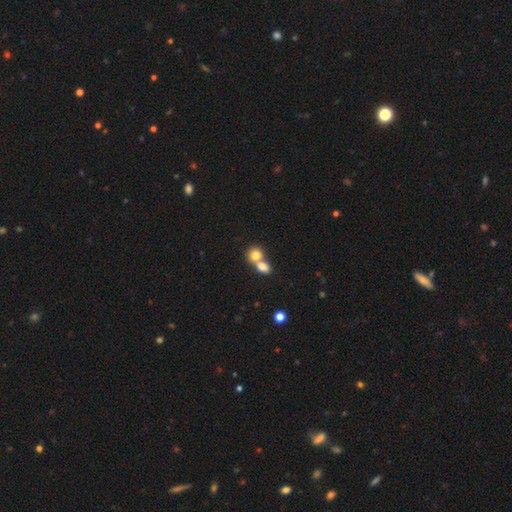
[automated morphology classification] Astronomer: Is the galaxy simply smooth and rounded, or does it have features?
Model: smooth — 78%.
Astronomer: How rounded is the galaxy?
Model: round — 64%.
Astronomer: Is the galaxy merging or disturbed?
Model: merger — 64%.